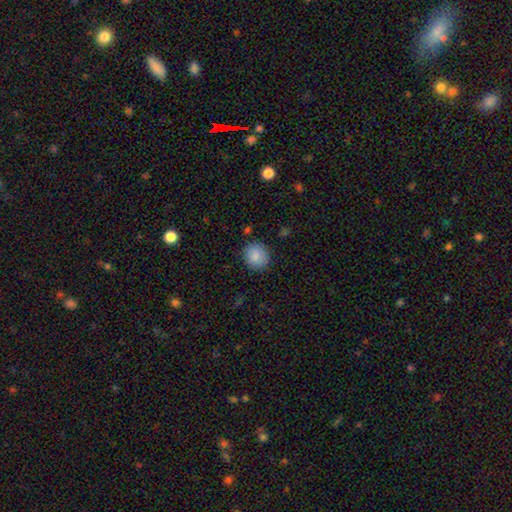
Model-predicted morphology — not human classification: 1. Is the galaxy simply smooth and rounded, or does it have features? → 87% smooth, 8% star or artifact, 5% featured or disk.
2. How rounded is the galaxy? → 82% round, 17% in between, 1% cigar-shaped.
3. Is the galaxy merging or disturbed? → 86% none, 10% minor disturbance, 3% major disturbance, 1% merger.